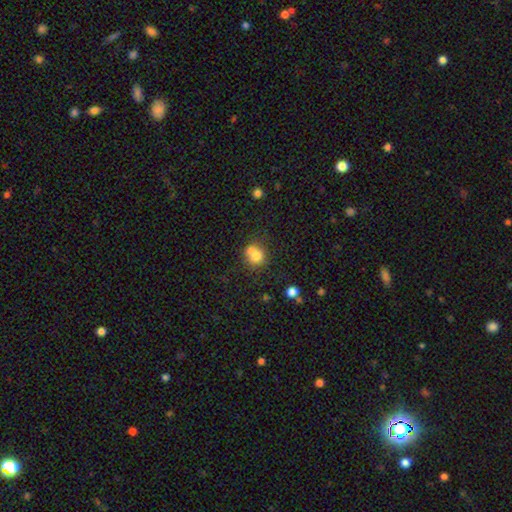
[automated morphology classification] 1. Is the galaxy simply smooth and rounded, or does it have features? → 73% smooth, 15% featured or disk, 12% star or artifact.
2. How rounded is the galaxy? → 81% round, 18% in between, 1% cigar-shaped.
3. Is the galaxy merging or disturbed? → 43% merger, 41% none, 11% minor disturbance, 5% major disturbance.